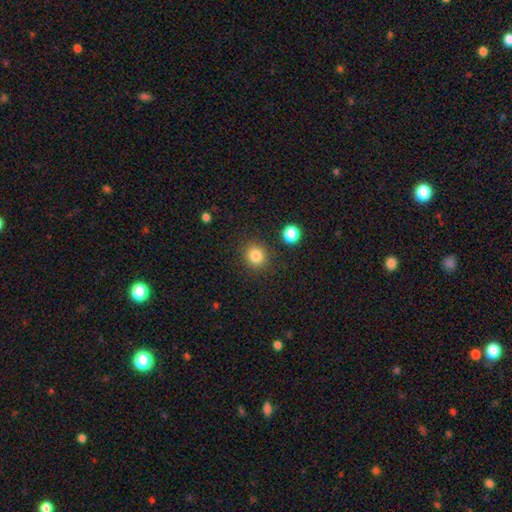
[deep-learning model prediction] Smooth or featured? Predicted: smooth (p=0.83). How rounded? Predicted: round (p=0.87). Merging? Predicted: none (p=0.88).